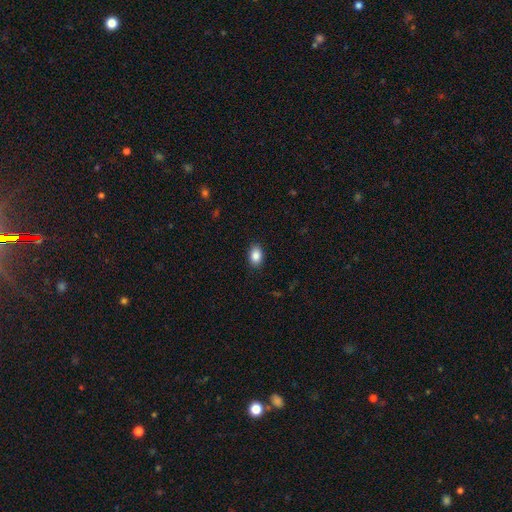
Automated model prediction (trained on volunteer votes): A smooth galaxy with no disk features (87%) that is in between round and cigar-shaped (82%).

Vote fractions:
- Smooth or featured? smooth: 87% / star or artifact: 8% / featured or disk: 5%
- How rounded? in between: 82% / round: 16% / cigar-shaped: 1%
- Merging? none: 88% / minor disturbance: 9% / major disturbance: 2% / merger: 1%